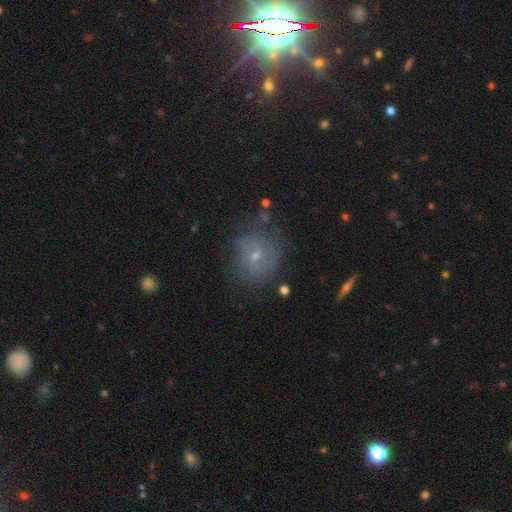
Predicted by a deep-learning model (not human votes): Morphology: type=featured or disk (51%); edge-on=no (95%); merging=none (65%).